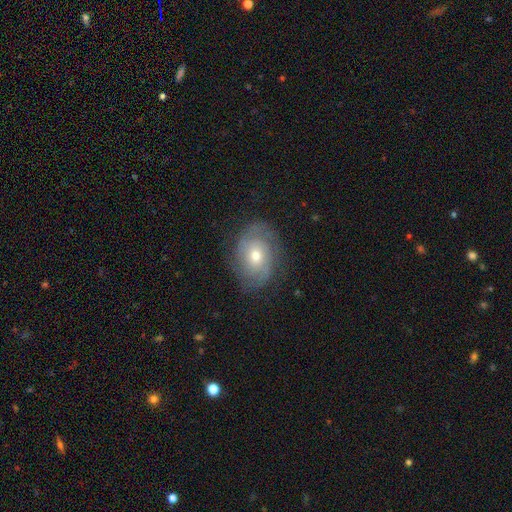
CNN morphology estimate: Overall: featured or disk (71%). Edge-on disk: no (96%). Bar: no (73%). Spiral arms: yes (90%). Spiral arm count: 2 (44%; can't tell 28%). Spiral winding: tight (55%; medium 34%). Bulge size: moderate (63%; small 31%). Merging: none (75%).